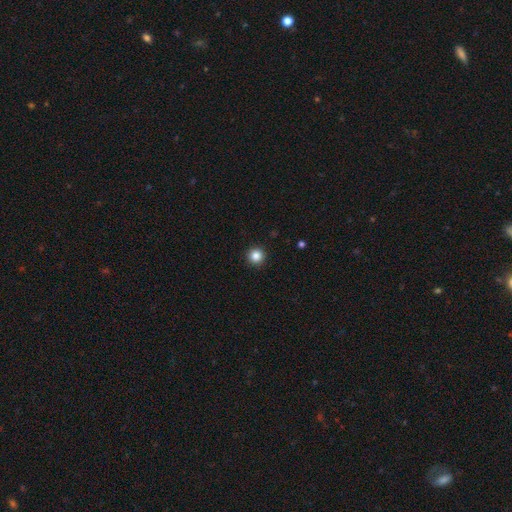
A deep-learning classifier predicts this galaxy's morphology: smooth_or_featured: smooth (p=0.85) [alt: star or artifact p=0.11]
how_rounded: round (p=0.96) [alt: in between p=0.03]
merging: none (p=0.93) [alt: minor disturbance p=0.04]